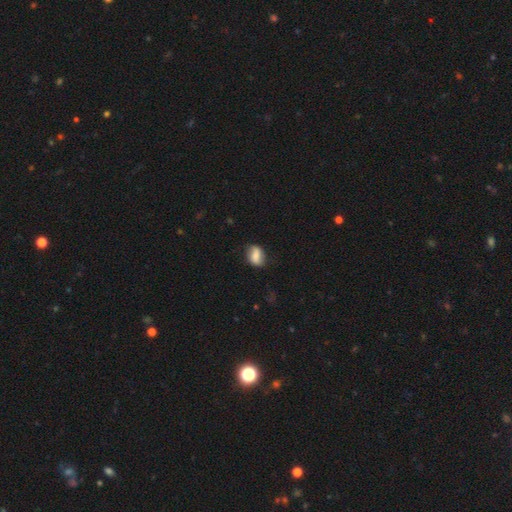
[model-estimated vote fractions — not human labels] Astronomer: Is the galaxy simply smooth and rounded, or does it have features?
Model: smooth — 62%.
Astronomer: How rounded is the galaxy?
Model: in between — 74%.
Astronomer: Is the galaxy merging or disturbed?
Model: none — 73%.